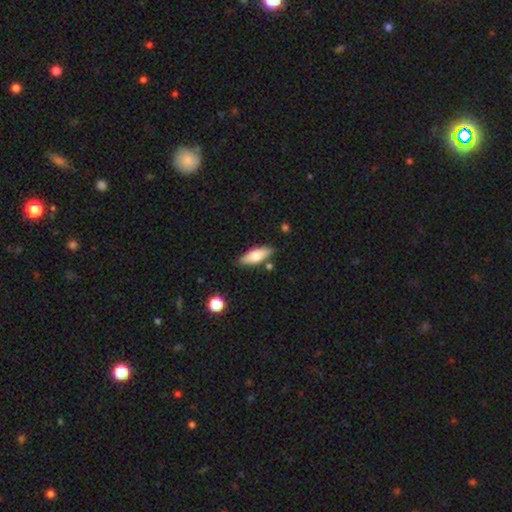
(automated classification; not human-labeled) Q: Smooth or featured?
A: smooth (68%); runner-up: featured or disk (26%)
Q: How rounded?
A: in between (69%); runner-up: cigar-shaped (28%)
Q: Merging?
A: none (83%); runner-up: minor disturbance (11%)